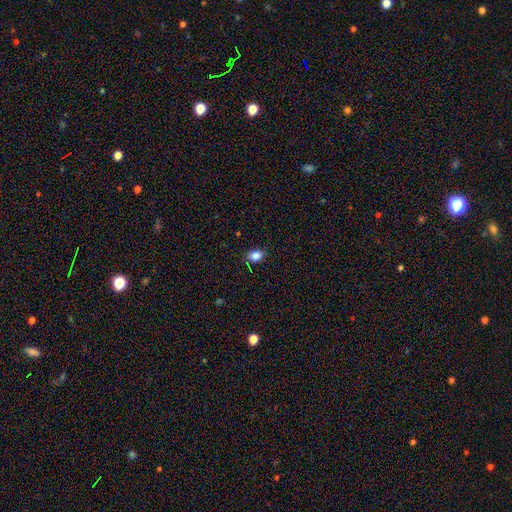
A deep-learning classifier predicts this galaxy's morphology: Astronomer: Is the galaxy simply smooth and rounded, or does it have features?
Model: smooth — 84%.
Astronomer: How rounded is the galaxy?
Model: in between — 73%.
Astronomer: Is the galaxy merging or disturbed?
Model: none — 85%.